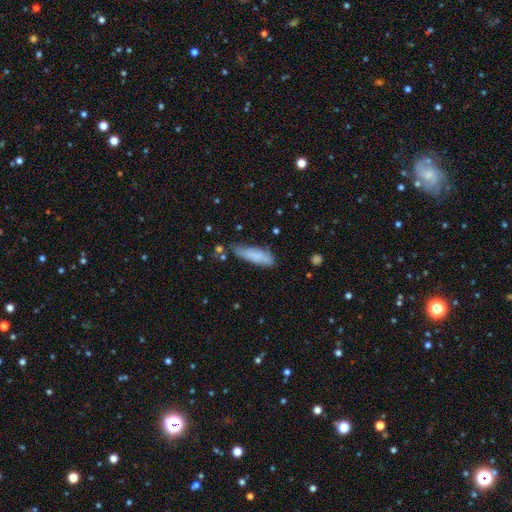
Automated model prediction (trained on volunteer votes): smooth_or_featured: smooth (p=0.79) [alt: featured or disk p=0.14]
how_rounded: cigar-shaped (p=0.55) [alt: in between p=0.43]
merging: none (p=0.60) [alt: minor disturbance p=0.29]